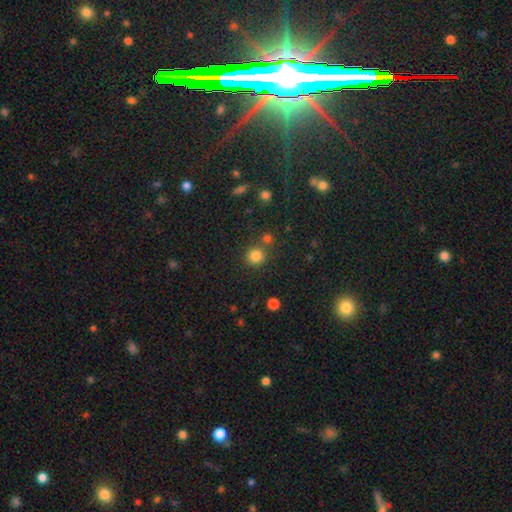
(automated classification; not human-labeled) Overall: smooth (81%). How rounded: round (91%). Merging: none (76%).